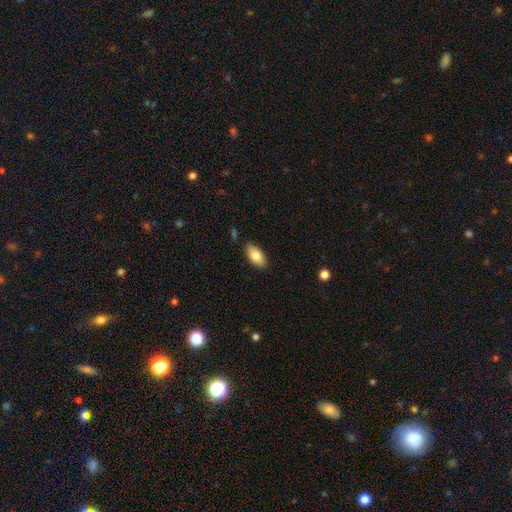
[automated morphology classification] A smooth galaxy with no disk features (83%) that is in between round and cigar-shaped (93%). Merging: none (86%).